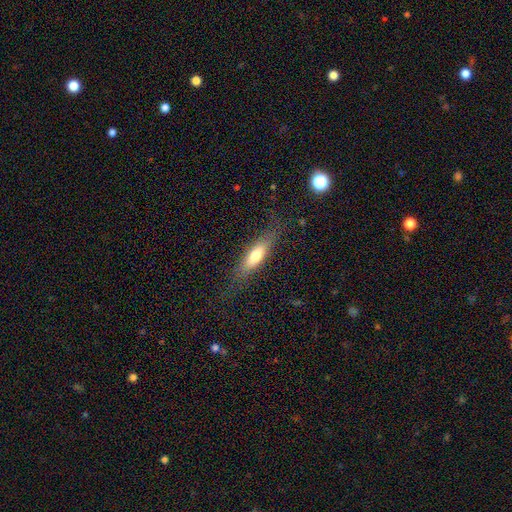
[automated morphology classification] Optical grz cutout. It shows a smooth galaxy with no disk features (65%) that is cigar-shaped (56%). Merging: none (77%).